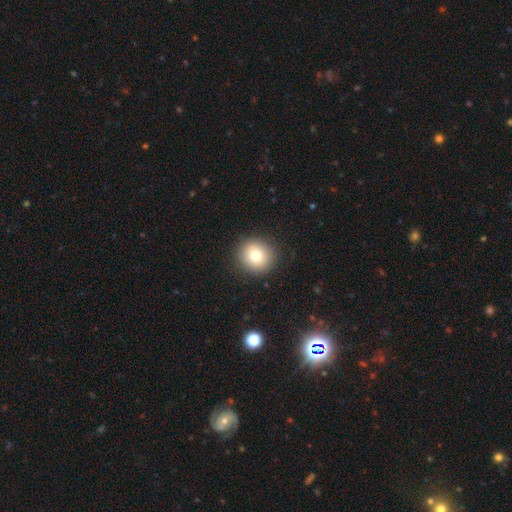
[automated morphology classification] Smooth or featured? smooth (77%)
How rounded? round (91%)
Merging? none (90%)